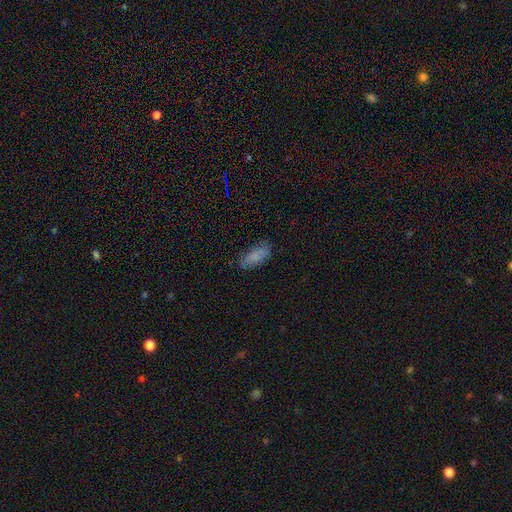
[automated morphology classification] A smooth galaxy with no disk features (77%) that is in between round and cigar-shaped (84%). Merging: none (75%).